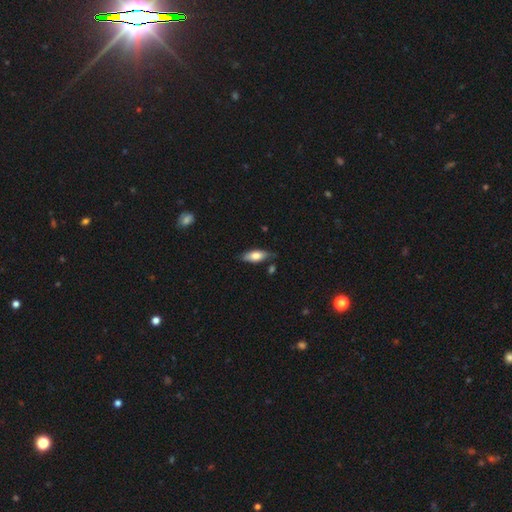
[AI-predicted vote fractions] smooth-or-featured: smooth: 72% | featured or disk: 22% | star or artifact: 6%
  how-rounded: in between: 79% | cigar-shaped: 18% | round: 2%
  merging: none: 75% | minor disturbance: 18% | merger: 3% | major disturbance: 3%